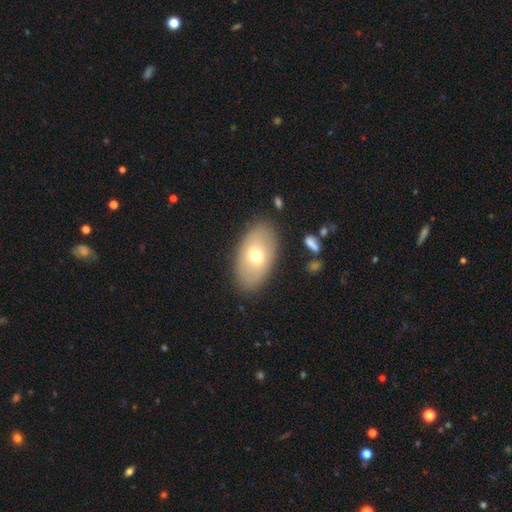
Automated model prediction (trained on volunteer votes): Smooth or featured?
  - smooth: 63% *
  - featured or disk: 30%
  - star or artifact: 7%
How rounded?
  - in between: 92% *
  - round: 6%
  - cigar-shaped: 2%
Merging?
  - none: 84% *
  - minor disturbance: 11%
  - major disturbance: 3%
  - merger: 2%